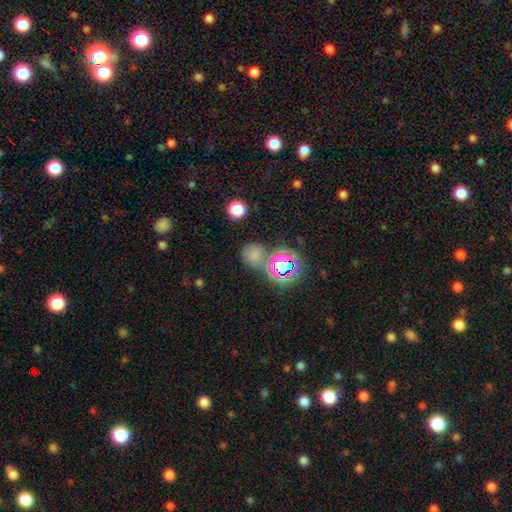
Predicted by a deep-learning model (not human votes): The model was most divided on "smooth or featured": smooth: 58%, star or artifact: 34%, featured or disk: 8%. More confident: how rounded — round (81%); merging — none (62%).